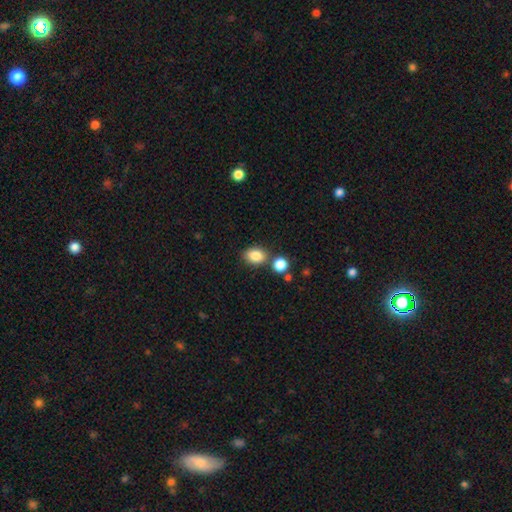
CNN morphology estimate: Smooth or featured: smooth — 85% (star or artifact — 9%)
How rounded: in between — 62% (round — 37%)
Merging: none — 71% (merger — 14%)